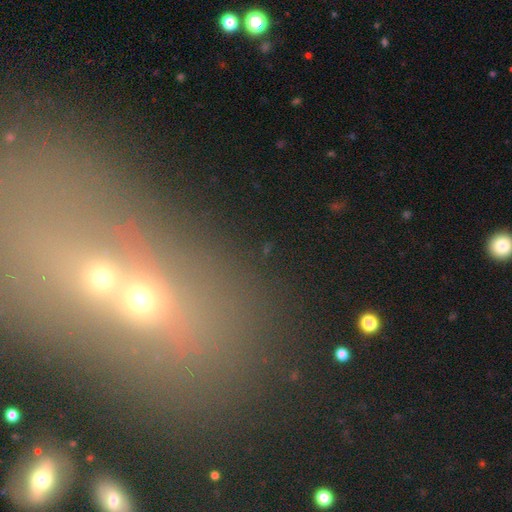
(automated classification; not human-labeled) This appears to be a star or artifact, not a galaxy (44%).